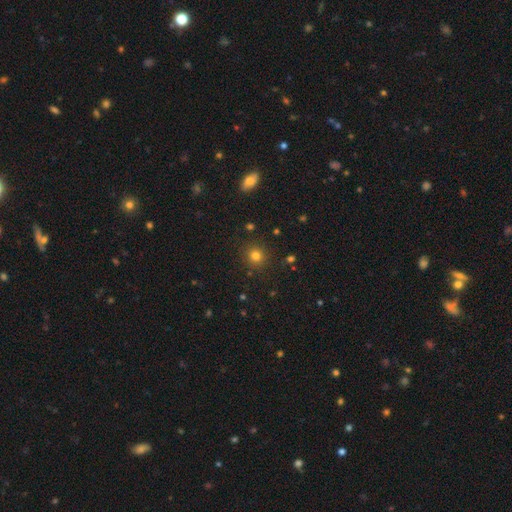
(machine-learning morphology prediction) The model was most divided on "smooth or featured": smooth: 78%, star or artifact: 16%, featured or disk: 6%. More confident: how rounded — round (91%); merging — none (89%).